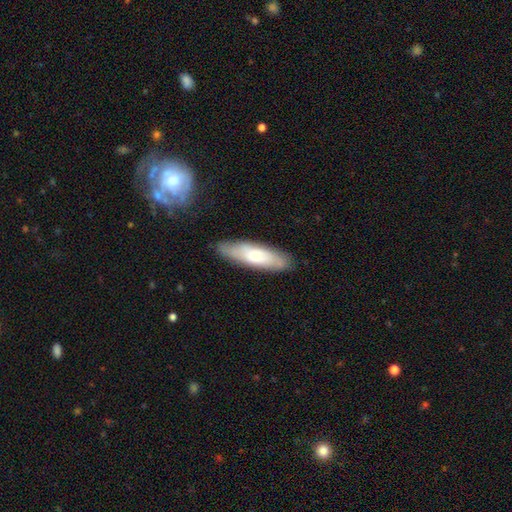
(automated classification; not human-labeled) A smooth galaxy with no disk features (56%) that is cigar-shaped (57%).

Vote fractions:
- Smooth or featured? smooth: 56% / featured or disk: 38% / star or artifact: 6%
- How rounded? cigar-shaped: 57% / in between: 41% / round: 2%
- Merging? none: 83% / minor disturbance: 13% / major disturbance: 3% / merger: 1%